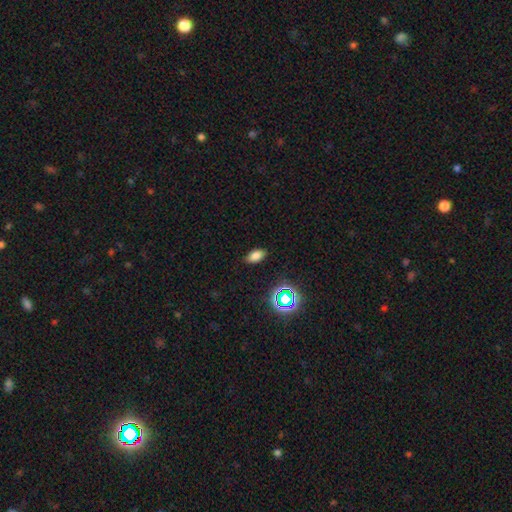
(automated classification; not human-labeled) Overall: smooth (76%). How rounded: in between (90%). Merging: none (87%).